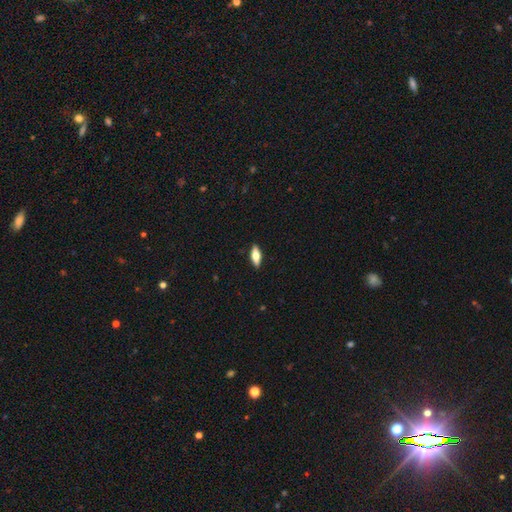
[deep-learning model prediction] The model was most divided on "smooth or featured": smooth: 65%, featured or disk: 28%, star or artifact: 6%. More confident: merging — none (90%); how rounded — in between (67%).